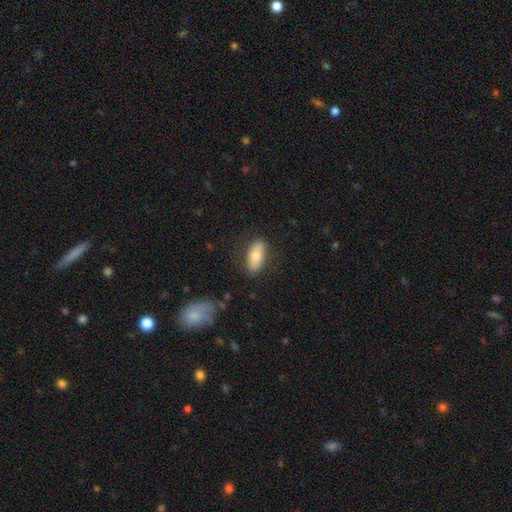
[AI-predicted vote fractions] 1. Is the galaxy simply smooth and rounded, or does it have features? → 69% smooth, 24% featured or disk, 6% star or artifact.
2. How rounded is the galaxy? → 86% in between, 11% cigar-shaped, 3% round.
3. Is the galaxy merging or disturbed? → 80% none, 14% minor disturbance, 4% major disturbance, 2% merger.